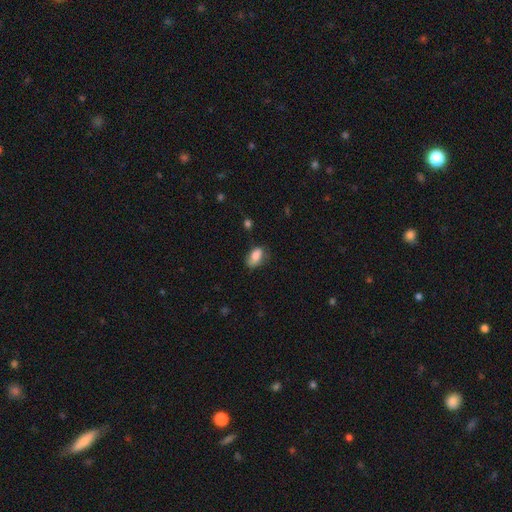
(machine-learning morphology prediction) smooth_or_featured: smooth (p=0.82) [alt: featured or disk p=0.10]
how_rounded: in between (p=0.90) [alt: round p=0.08]
merging: none (p=0.58) [alt: minor disturbance p=0.31]